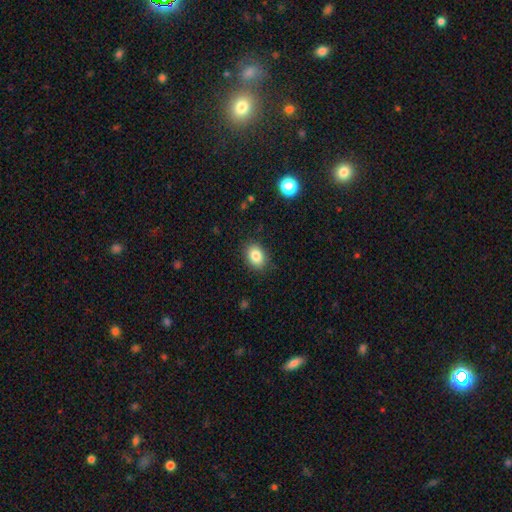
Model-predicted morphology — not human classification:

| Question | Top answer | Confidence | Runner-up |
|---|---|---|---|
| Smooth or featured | smooth | 85% | star or artifact (9%) |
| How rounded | in between | 71% | round (28%) |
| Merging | none | 87% | minor disturbance (10%) |